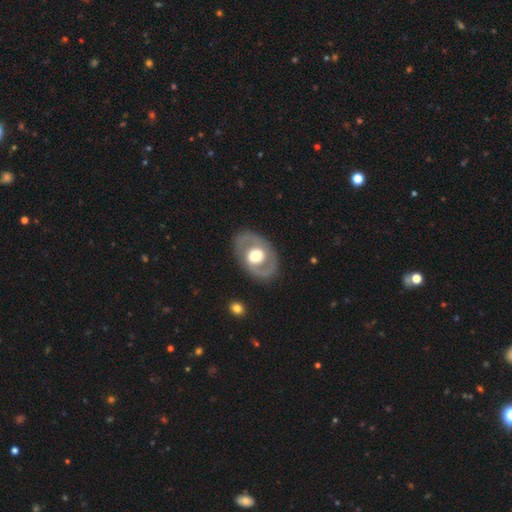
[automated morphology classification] smooth_or_featured: featured or disk (p=0.71) [alt: smooth p=0.25]
disk_edge_on: no (p=0.95) [alt: yes p=0.05]
bar: no (p=0.67) [alt: weak p=0.24]
has_spiral_arms: yes (p=0.54) [alt: no p=0.46]
bulge_size: moderate (p=0.47) [alt: large p=0.44]
merging: none (p=0.84) [alt: minor disturbance p=0.10]